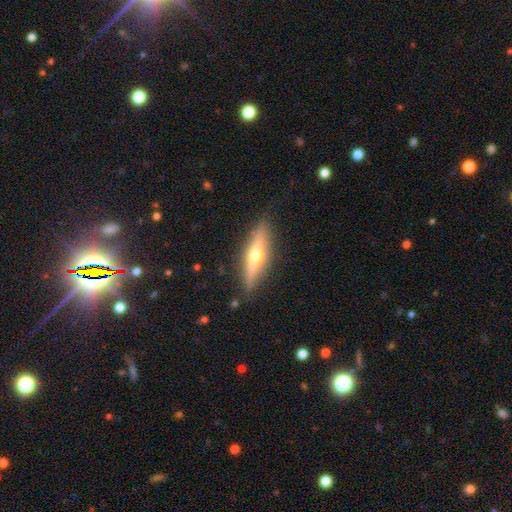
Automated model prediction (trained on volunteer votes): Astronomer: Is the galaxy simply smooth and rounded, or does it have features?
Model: featured or disk — 62%.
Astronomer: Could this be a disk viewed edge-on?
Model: yes — 91%.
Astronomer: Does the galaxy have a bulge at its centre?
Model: rounded — 90%.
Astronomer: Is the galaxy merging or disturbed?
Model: none — 85%.